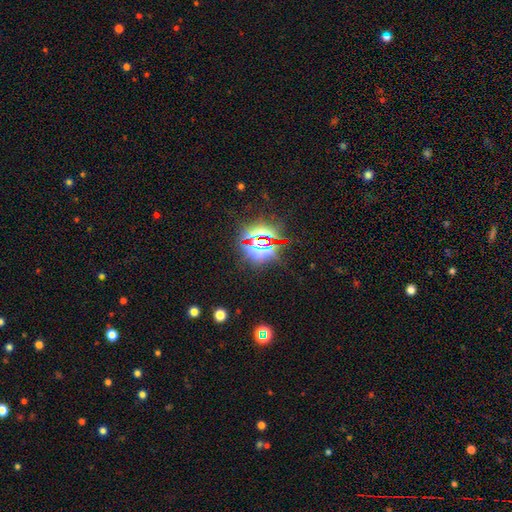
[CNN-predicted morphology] A star or artifact, not a galaxy (84%).

Vote fractions:
- Smooth or featured? star or artifact: 84% / smooth: 10% / featured or disk: 6%